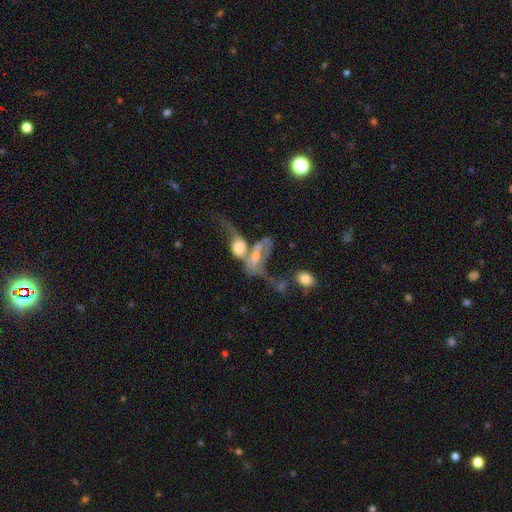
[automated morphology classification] A featured or disk galaxy (52%). Merging: merger (74%).